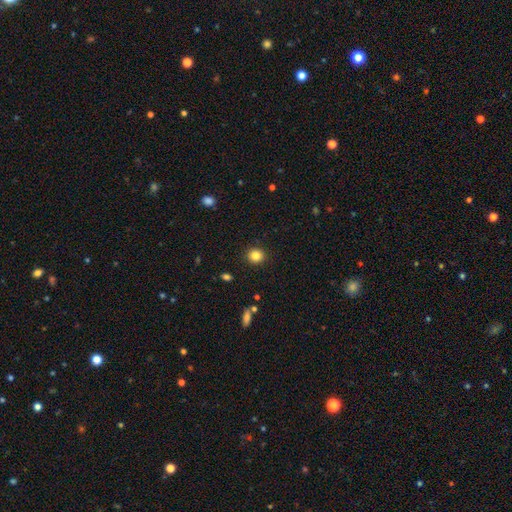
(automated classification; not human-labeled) Morphology: type=smooth (84%); roundness=round (87%); merging=none (92%).